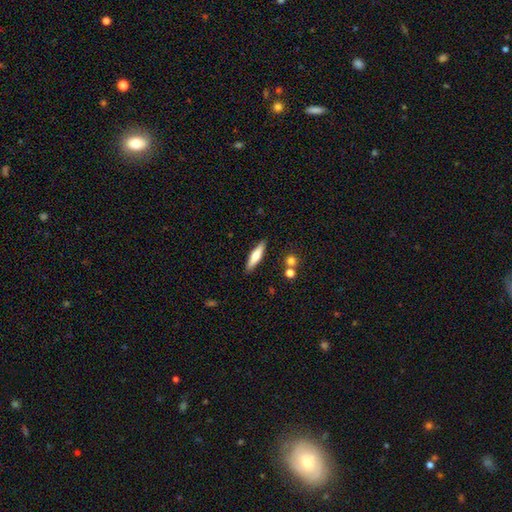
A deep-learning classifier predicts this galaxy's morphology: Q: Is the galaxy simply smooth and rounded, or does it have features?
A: smooth — 54%.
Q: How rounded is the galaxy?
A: cigar-shaped — 75%.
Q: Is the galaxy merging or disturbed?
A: none — 87%.